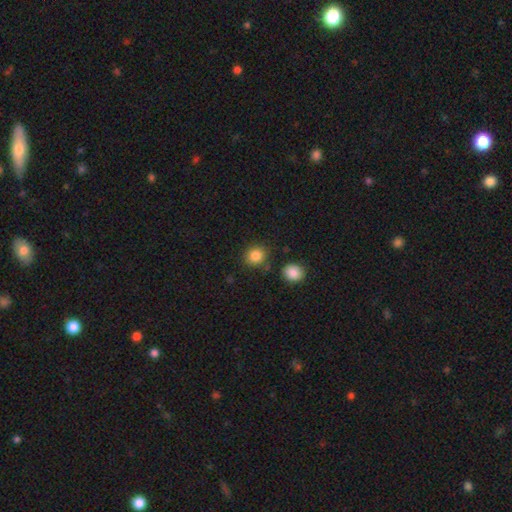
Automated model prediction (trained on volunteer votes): Smooth or featured? smooth (85%)
How rounded? round (85%)
Merging? none (83%)